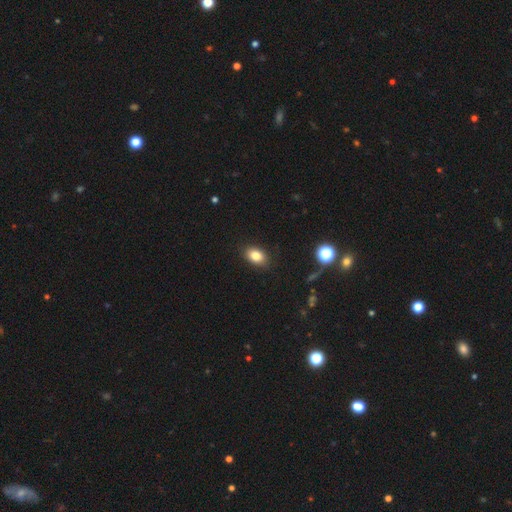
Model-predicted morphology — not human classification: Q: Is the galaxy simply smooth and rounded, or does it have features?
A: smooth — 83%.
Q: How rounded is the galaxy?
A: in between — 84%.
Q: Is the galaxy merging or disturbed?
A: none — 88%.